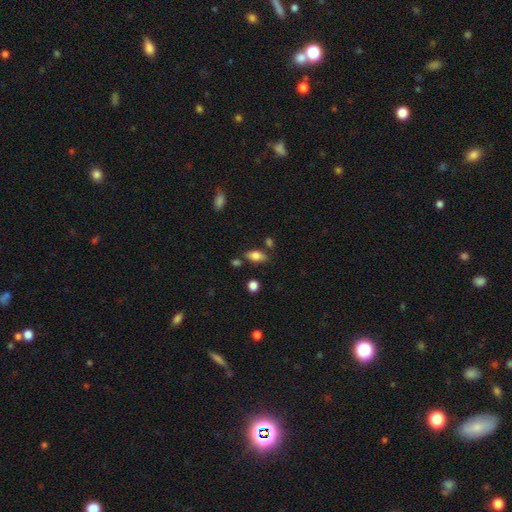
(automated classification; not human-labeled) smooth-or-featured: smooth: 80% | featured or disk: 11% | star or artifact: 9%
  how-rounded: in between: 89% | cigar-shaped: 6% | round: 5%
  merging: none: 75% | minor disturbance: 14% | merger: 7% | major disturbance: 4%